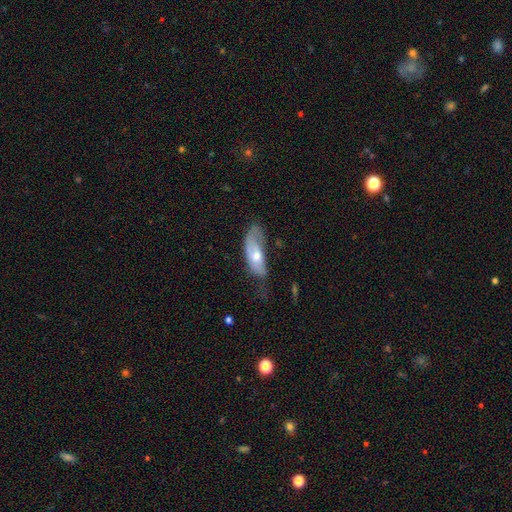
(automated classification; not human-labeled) smooth_or_featured: smooth (p=0.56) [alt: featured or disk p=0.38]
how_rounded: in between (p=0.74) [alt: cigar-shaped p=0.24]
merging: major disturbance (p=0.34) [alt: minor disturbance p=0.33]